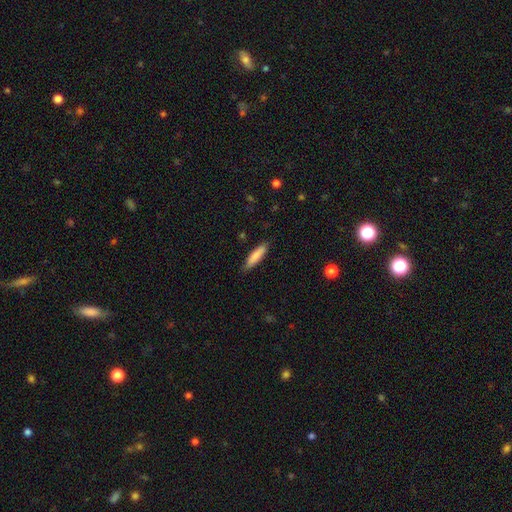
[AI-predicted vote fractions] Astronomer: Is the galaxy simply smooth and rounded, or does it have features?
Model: smooth — 80%.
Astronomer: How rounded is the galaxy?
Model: cigar-shaped — 75%.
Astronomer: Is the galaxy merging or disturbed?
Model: none — 85%.